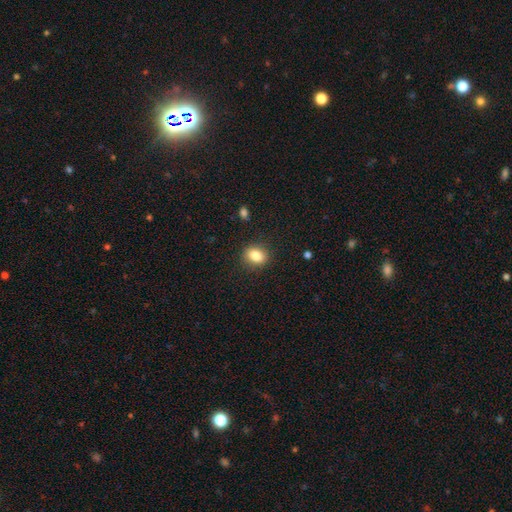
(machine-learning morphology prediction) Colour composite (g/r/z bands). It shows a smooth galaxy with no disk features (84%) that is in between round and cigar-shaped (52%). Merging: none (87%).